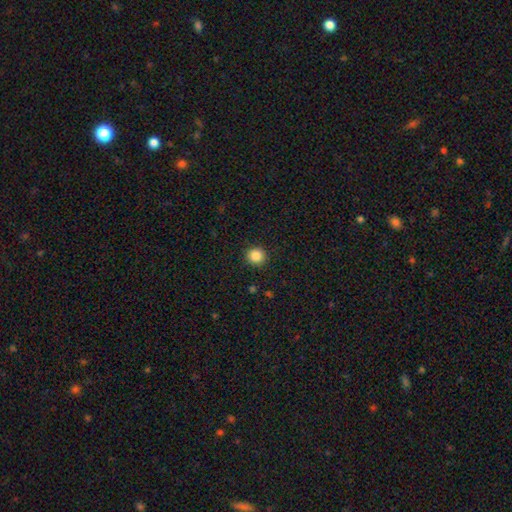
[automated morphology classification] This appears to be a smooth galaxy with no disk features (86%) that is round (92%). Merging: none (91%).